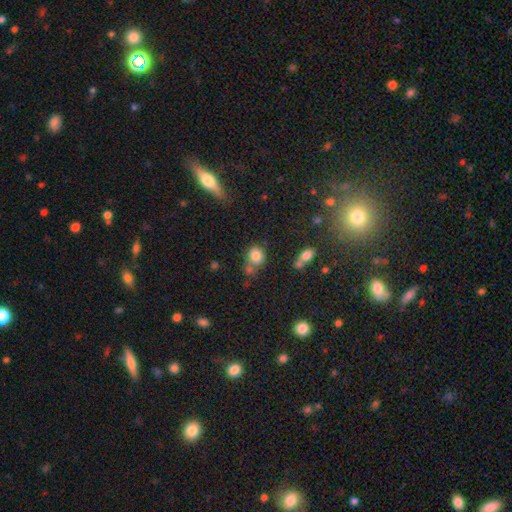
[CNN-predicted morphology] Smooth or featured? smooth (82%)
How rounded? round (77%)
Merging? none (56%)